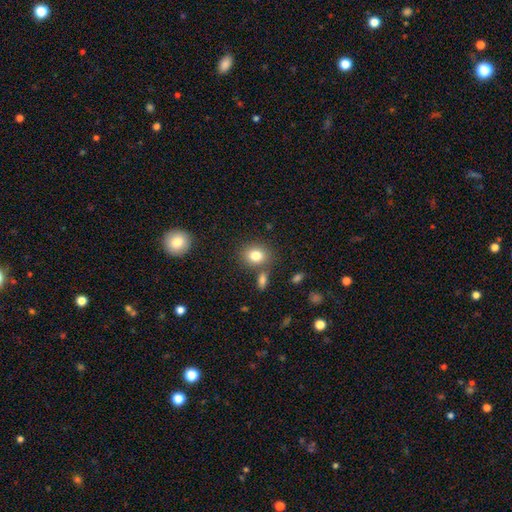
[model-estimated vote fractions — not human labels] The model was most divided on "how rounded": round: 63%, in between: 36%, cigar-shaped: 1%. More confident: smooth or featured — smooth (81%); merging — none (74%).